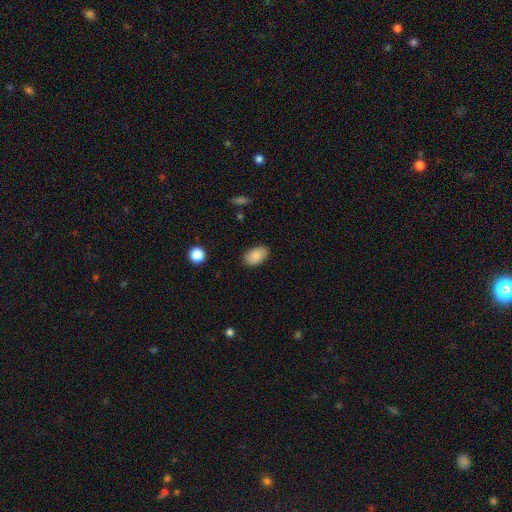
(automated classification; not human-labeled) Smooth or featured?
  - smooth: 88% *
  - star or artifact: 7%
  - featured or disk: 5%
How rounded?
  - in between: 91% *
  - round: 8%
  - cigar-shaped: 1%
Merging?
  - none: 85% *
  - minor disturbance: 11%
  - major disturbance: 3%
  - merger: 1%